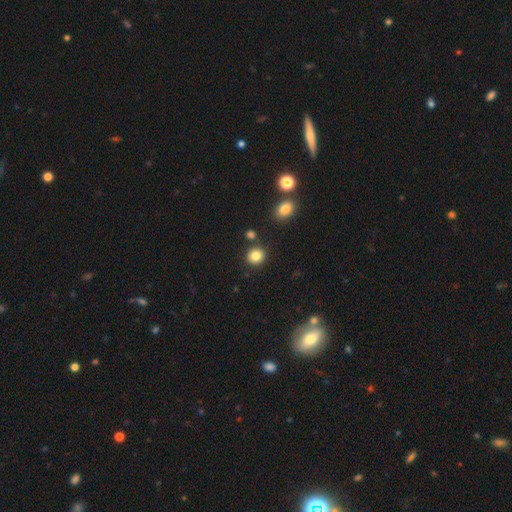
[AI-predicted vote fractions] Smooth or featured? Predicted: smooth (p=0.85). How rounded? Predicted: round (p=0.82). Merging? Predicted: none (p=0.84).